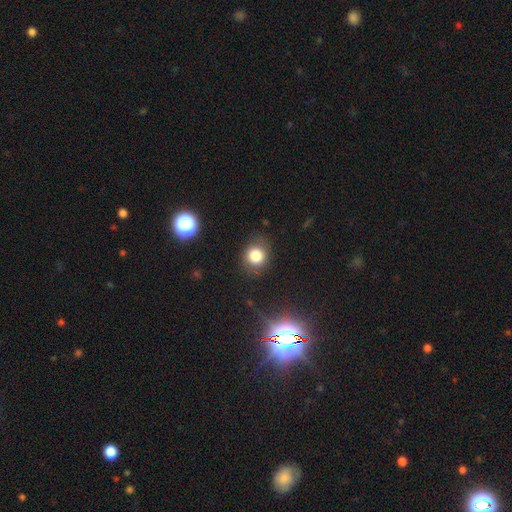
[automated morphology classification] This appears to be a smooth galaxy with no disk features (80%) that is round (81%). Merging: none (80%).